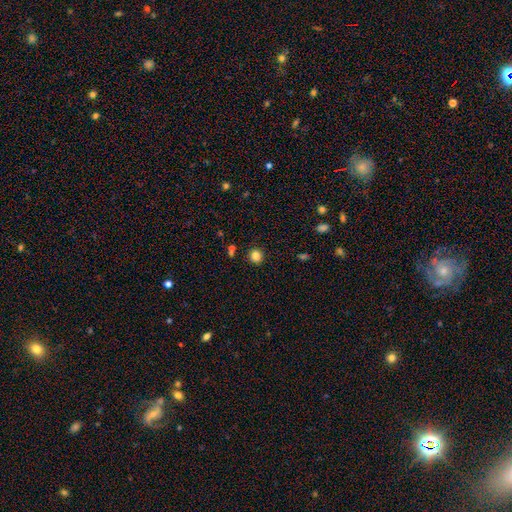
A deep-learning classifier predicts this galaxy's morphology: A smooth galaxy with no disk features (83%) that is round (91%).

Vote fractions:
- Smooth or featured? smooth: 83% / star or artifact: 12% / featured or disk: 5%
- How rounded? round: 91% / in between: 8% / cigar-shaped: 1%
- Merging? none: 90% / minor disturbance: 6% / merger: 2% / major disturbance: 2%